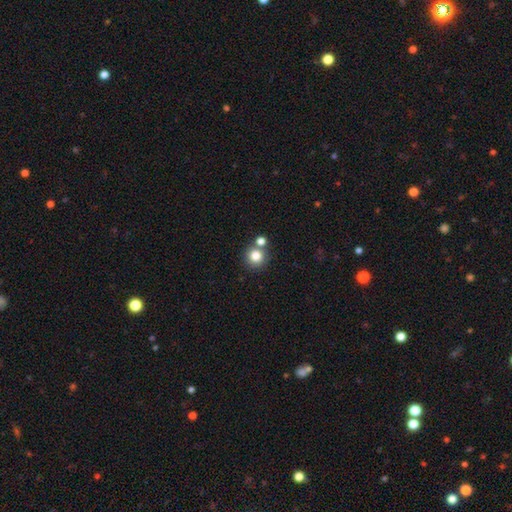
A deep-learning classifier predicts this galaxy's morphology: Q: Smooth or featured?
A: smooth (81%); runner-up: star or artifact (12%)
Q: How rounded?
A: round (91%); runner-up: in between (8%)
Q: Merging?
A: none (66%); runner-up: merger (24%)